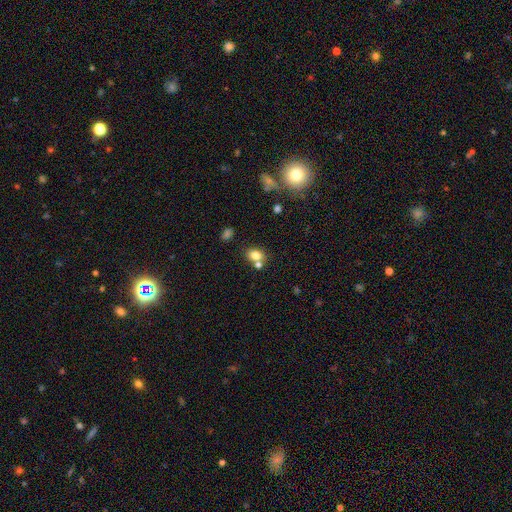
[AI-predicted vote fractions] Morphology: type=smooth (79%); roundness=in between (60%); merging=none (55%).